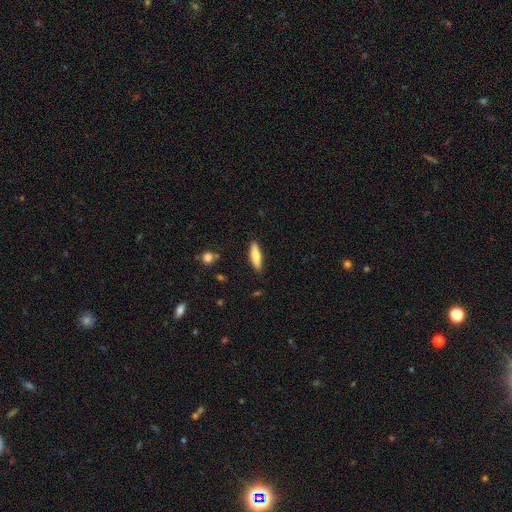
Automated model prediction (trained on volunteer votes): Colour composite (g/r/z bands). It shows a smooth galaxy with no disk features (76%) that is cigar-shaped (54%). Merging: none (87%).